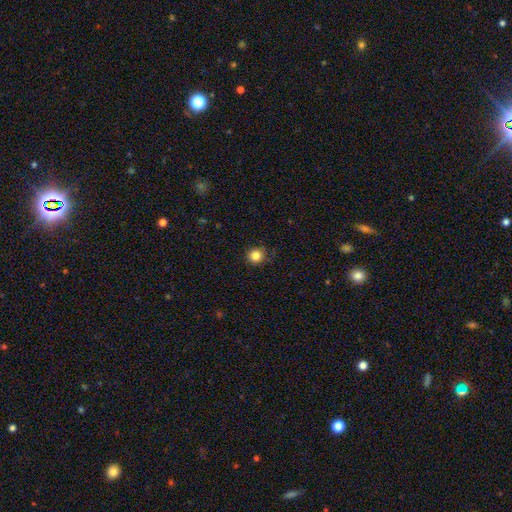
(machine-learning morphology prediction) Smooth or featured?
  - smooth: 84% *
  - star or artifact: 12%
  - featured or disk: 5%
How rounded?
  - round: 93% *
  - in between: 6%
  - cigar-shaped: 1%
Merging?
  - none: 84% *
  - minor disturbance: 12%
  - major disturbance: 3%
  - merger: 1%